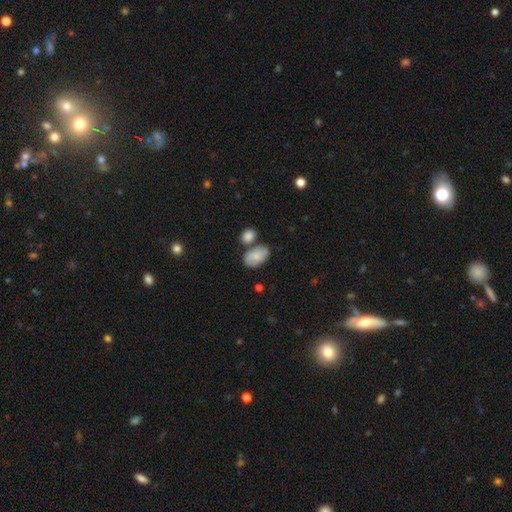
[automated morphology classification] Q: Smooth or featured?
A: smooth (75%); runner-up: featured or disk (18%)
Q: How rounded?
A: in between (90%); runner-up: round (8%)
Q: Merging?
A: none (54%); runner-up: merger (21%)